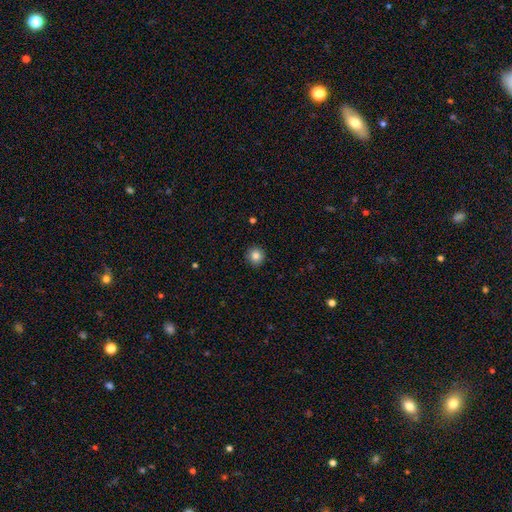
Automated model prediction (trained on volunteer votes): Smooth or featured: smooth — 84% (star or artifact — 10%)
How rounded: round — 94% (in between — 5%)
Merging: none — 92% (minor disturbance — 6%)